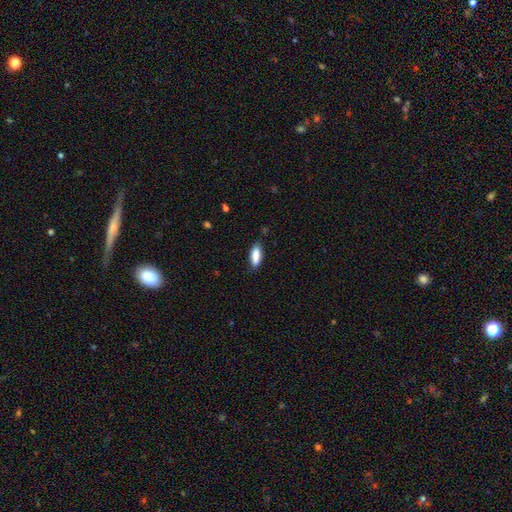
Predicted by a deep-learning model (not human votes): smooth_or_featured: smooth (p=0.86) [alt: featured or disk p=0.07]
how_rounded: in between (p=0.70) [alt: cigar-shaped p=0.28]
merging: none (p=0.81) [alt: minor disturbance p=0.15]